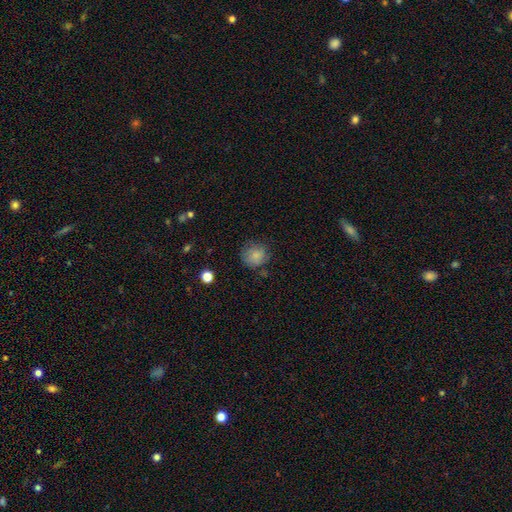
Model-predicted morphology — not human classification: smooth-or-featured: smooth: 80% | featured or disk: 10% | star or artifact: 10%
  how-rounded: round: 87% | in between: 12% | cigar-shaped: 1%
  merging: none: 73% | minor disturbance: 19% | major disturbance: 6% | merger: 2%